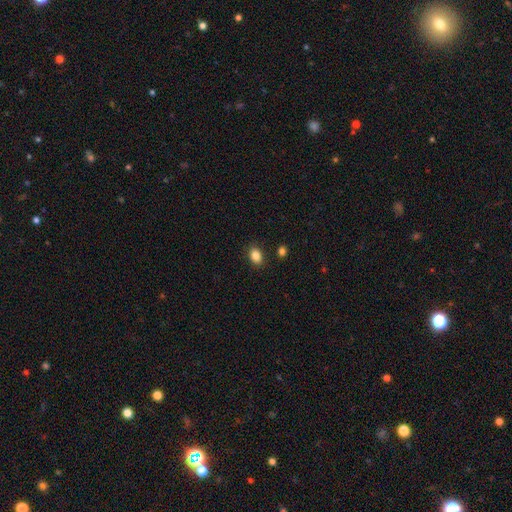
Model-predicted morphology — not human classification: smooth_or_featured: smooth (p=0.85) [alt: star or artifact p=0.09]
how_rounded: in between (p=0.73) [alt: round p=0.26]
merging: none (p=0.86) [alt: minor disturbance p=0.09]